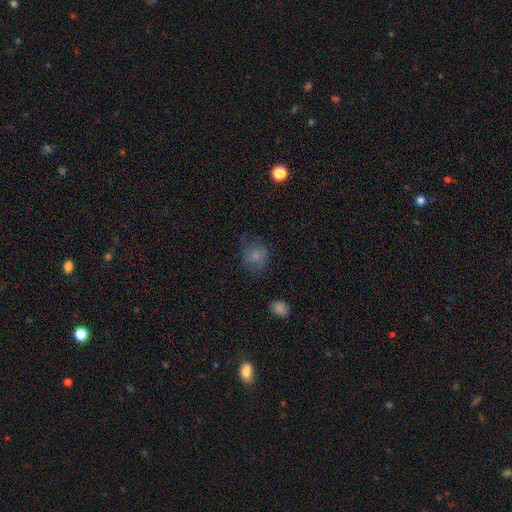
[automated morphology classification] Overall: smooth (75%). How rounded: round (65%; in between 34%). Merging: none (63%; minor disturbance 23%).